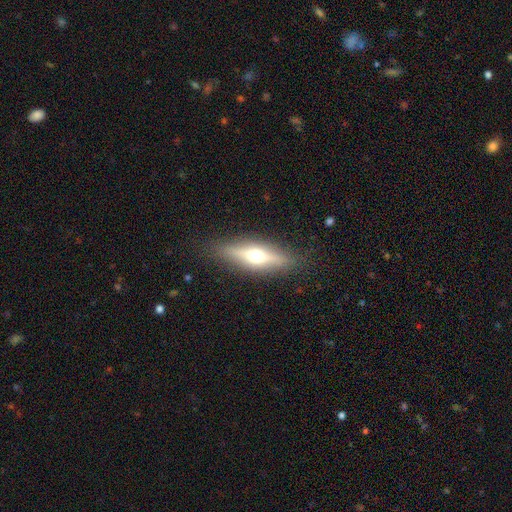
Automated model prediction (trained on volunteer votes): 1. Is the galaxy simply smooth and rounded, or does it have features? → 60% featured or disk, 34% smooth, 7% star or artifact.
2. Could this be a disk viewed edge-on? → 92% yes, 8% no.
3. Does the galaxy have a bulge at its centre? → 93% rounded, 4% boxy, 3% none.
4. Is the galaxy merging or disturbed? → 87% none, 9% minor disturbance, 2% major disturbance, 1% merger.